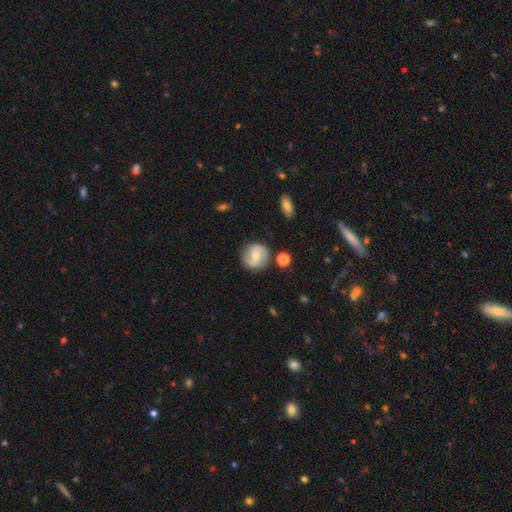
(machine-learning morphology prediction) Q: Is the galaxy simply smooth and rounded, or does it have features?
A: featured or disk — 57%.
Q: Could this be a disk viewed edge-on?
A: no — 97%.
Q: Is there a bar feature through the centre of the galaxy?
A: no — 43%.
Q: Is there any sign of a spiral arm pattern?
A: yes — 81%.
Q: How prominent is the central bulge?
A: moderate — 57%.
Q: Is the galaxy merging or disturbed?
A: none — 81%.